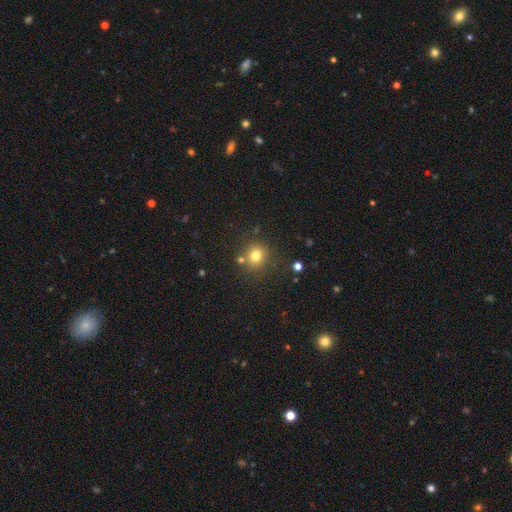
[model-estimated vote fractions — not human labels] Smooth or featured? Predicted: smooth (p=0.76). How rounded? Predicted: round (p=0.86). Merging? Predicted: none (p=0.77).